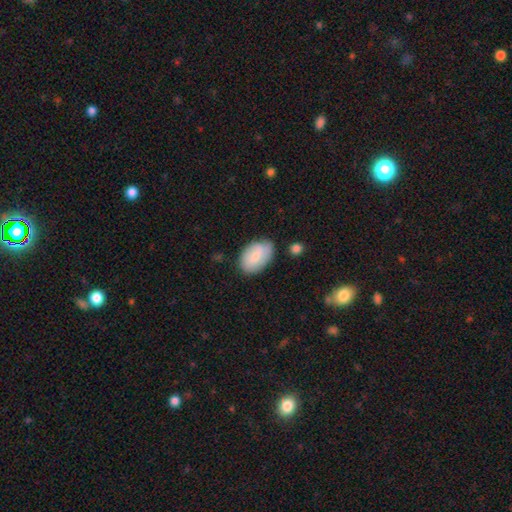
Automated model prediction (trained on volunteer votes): This is likely a smooth galaxy (79%). How rounded: clearly in between (92%). Merging: likely none (67%).